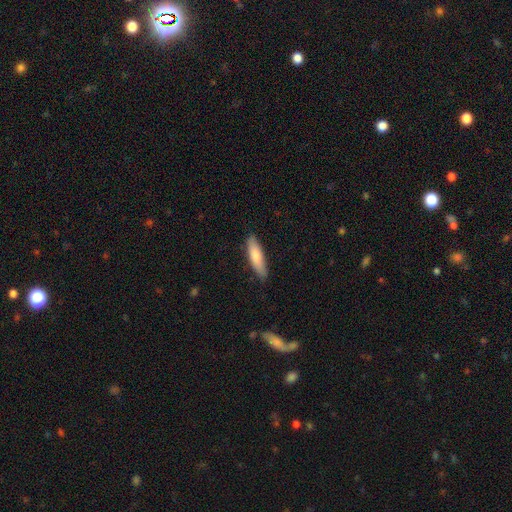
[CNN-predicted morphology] Smooth or featured?
  - smooth: 76% *
  - featured or disk: 18%
  - star or artifact: 6%
How rounded?
  - cigar-shaped: 61% *
  - in between: 37%
  - round: 2%
Merging?
  - none: 84% *
  - minor disturbance: 13%
  - major disturbance: 2%
  - merger: 1%